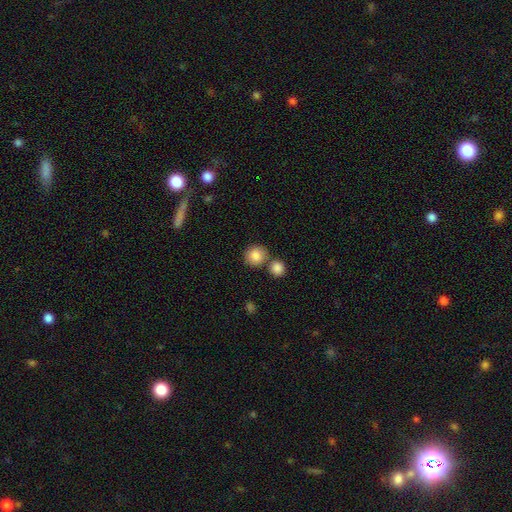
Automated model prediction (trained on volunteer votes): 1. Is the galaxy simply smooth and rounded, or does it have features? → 85% smooth, 9% star or artifact, 6% featured or disk.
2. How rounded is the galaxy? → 87% round, 12% in between, 1% cigar-shaped.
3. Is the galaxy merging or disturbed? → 67% none, 22% merger, 8% minor disturbance, 3% major disturbance.